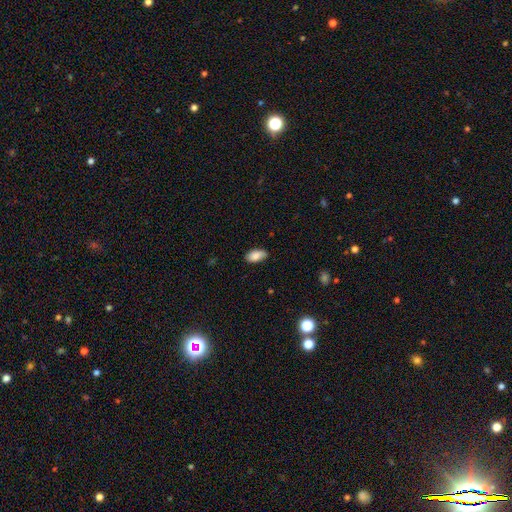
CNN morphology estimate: smooth_or_featured: smooth (p=0.85) [alt: featured or disk p=0.07]
how_rounded: in between (p=0.94) [alt: round p=0.04]
merging: none (p=0.78) [alt: minor disturbance p=0.18]